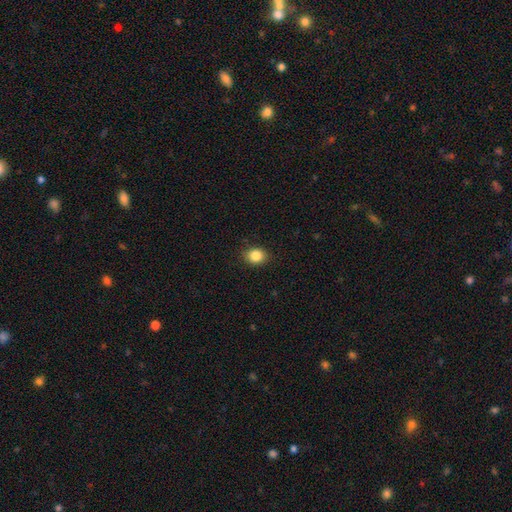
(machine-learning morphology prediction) Q: Smooth or featured?
A: smooth (85%); runner-up: star or artifact (10%)
Q: How rounded?
A: round (63%); runner-up: in between (36%)
Q: Merging?
A: none (88%); runner-up: minor disturbance (9%)